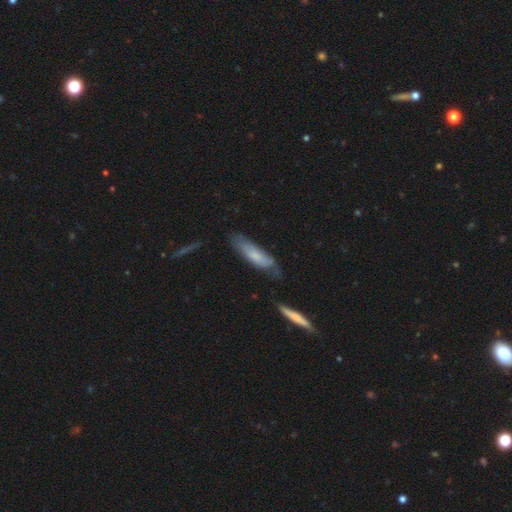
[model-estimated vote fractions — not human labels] smooth 66%, featured or disk 27%, star or artifact 6%. Down the decision tree: how rounded — cigar-shaped (62%); merging — none (59%).